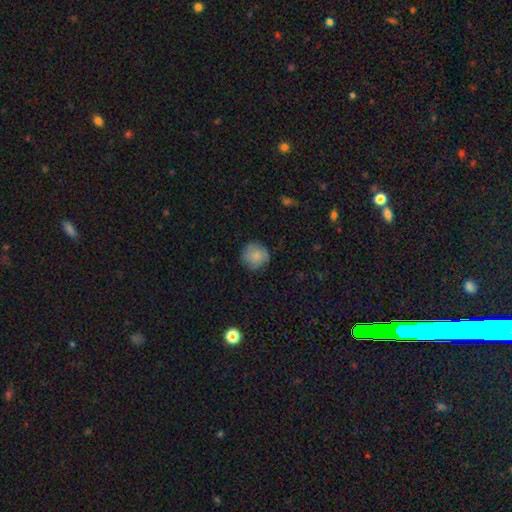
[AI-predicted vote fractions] Smooth or featured: smooth — 83% (featured or disk — 9%)
How rounded: round — 92% (in between — 8%)
Merging: none — 80% (minor disturbance — 15%)